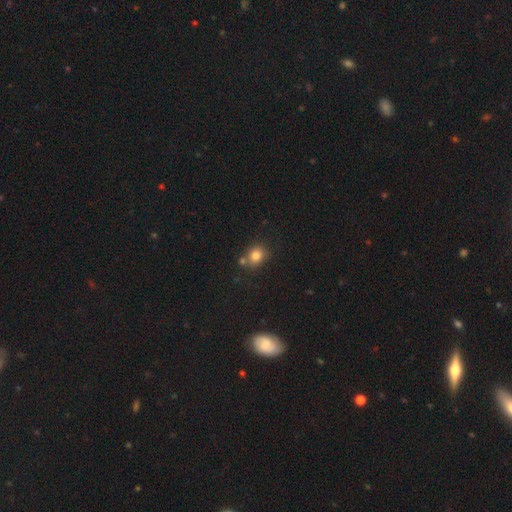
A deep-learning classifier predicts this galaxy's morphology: This appears to be a smooth galaxy with no disk features (81%) that is round (66%). Merging: none (66%).